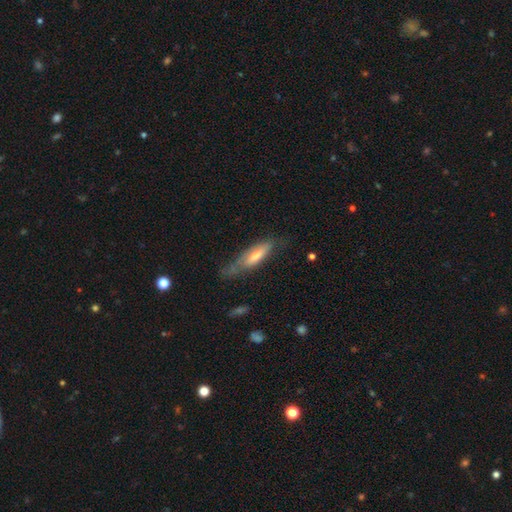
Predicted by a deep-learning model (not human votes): This is possibly a smooth galaxy (49%). Merging: possibly none (49%).